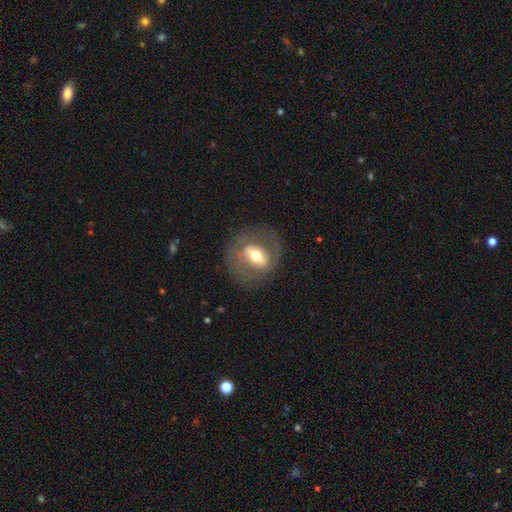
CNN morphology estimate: This is likely a featured or disk galaxy (61%). It is clearly not viewed edge-on (88%). Bar: possibly strong (45%). Spiral arm pattern: likely no (68%). Central bulge: likely moderate (67%). Merging: likely none (74%).